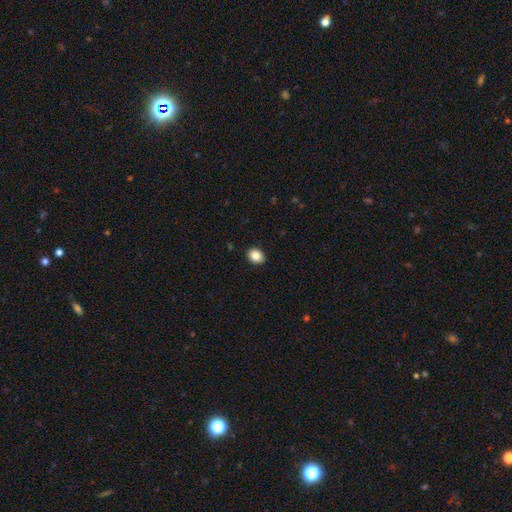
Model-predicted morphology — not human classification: Smooth or featured? Predicted: smooth (p=0.87). How rounded? Predicted: in between (p=0.56). Merging? Predicted: none (p=0.91).